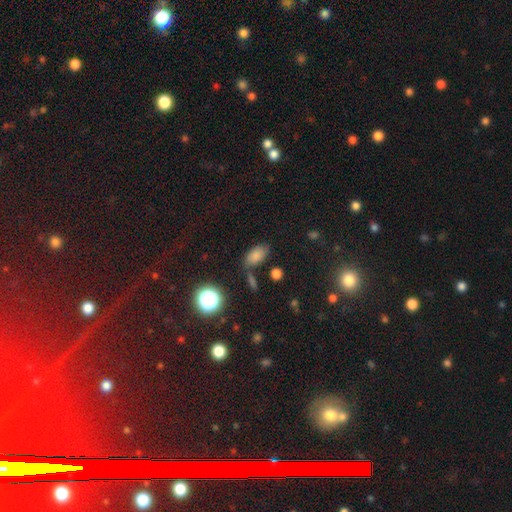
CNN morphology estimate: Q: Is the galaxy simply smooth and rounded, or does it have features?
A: smooth — 78%.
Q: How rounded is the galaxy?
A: in between — 90%.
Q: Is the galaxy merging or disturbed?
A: none — 65%.